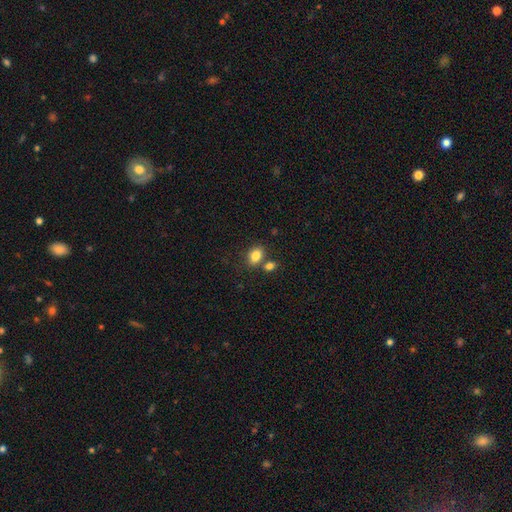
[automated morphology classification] This appears to be a smooth galaxy with no disk features (83%) that is in between round and cigar-shaped (75%). Merging: none (64%).